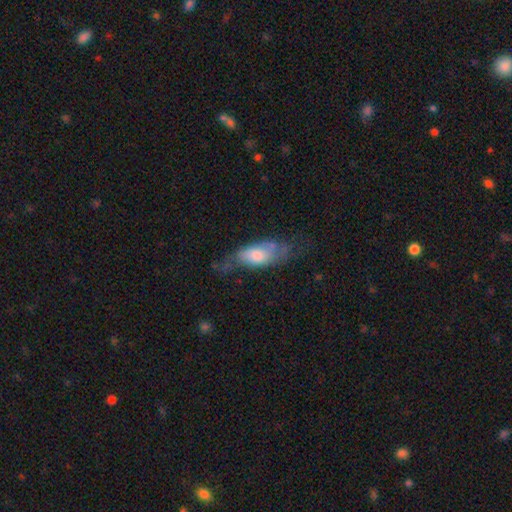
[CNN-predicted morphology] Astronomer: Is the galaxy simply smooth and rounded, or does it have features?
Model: smooth — 60%.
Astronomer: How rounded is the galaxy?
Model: in between — 80%.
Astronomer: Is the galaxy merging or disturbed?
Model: none — 34% (runner-up: minor disturbance, 32%).